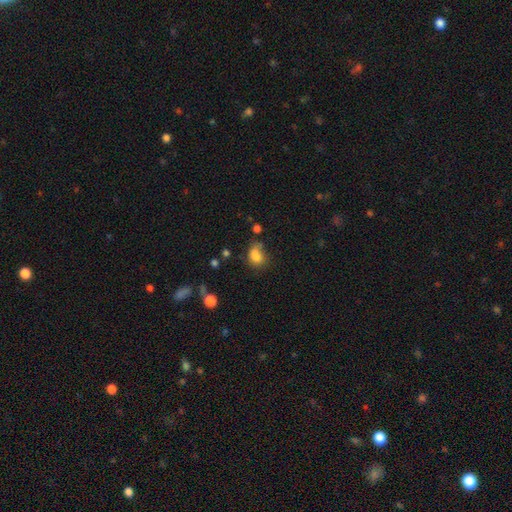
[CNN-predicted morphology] smooth_or_featured: smooth (p=0.79) [alt: star or artifact p=0.12]
how_rounded: in between (p=0.68) [alt: round p=0.30]
merging: none (p=0.43) [alt: minor disturbance p=0.28]